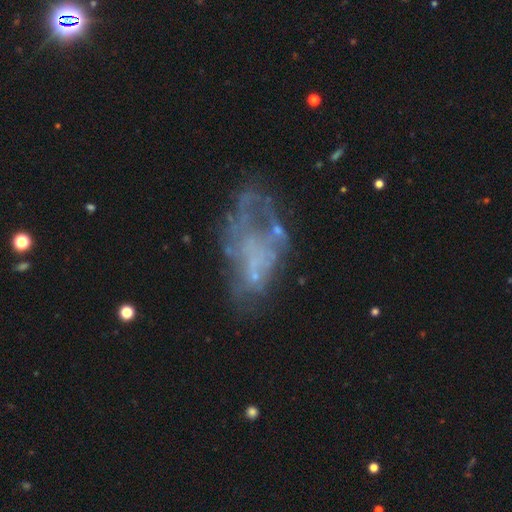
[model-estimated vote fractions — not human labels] Smooth or featured? Predicted: featured or disk (p=0.61). Edge-on disk? Predicted: no (p=0.97). Bar? Predicted: no (p=0.92). Spiral arms? Predicted: no (p=0.89). Bulge size? Predicted: none (p=0.82). Merging? Predicted: major disturbance (p=0.39).